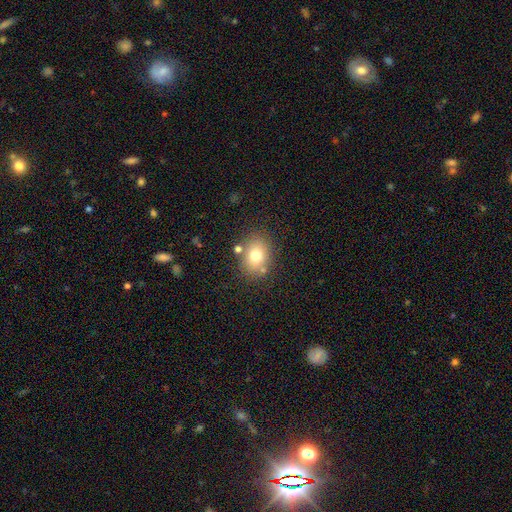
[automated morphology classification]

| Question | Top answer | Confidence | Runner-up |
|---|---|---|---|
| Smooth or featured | smooth | 74% | featured or disk (14%) |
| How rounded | in between | 54% | round (45%) |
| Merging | none | 77% | minor disturbance (12%) |